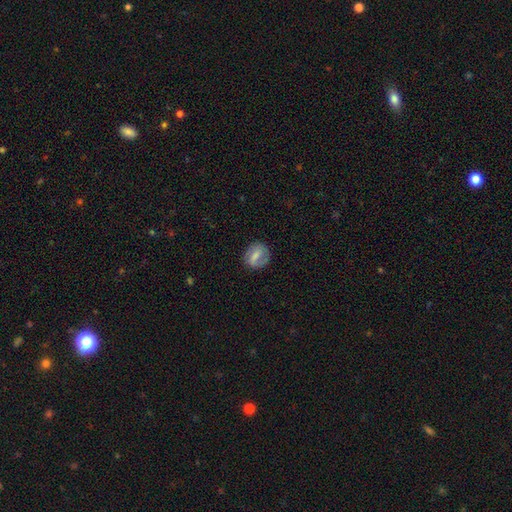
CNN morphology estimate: The model was most divided on "smooth or featured": smooth: 50%, featured or disk: 43%, star or artifact: 8%. More confident: merging — none (77%).